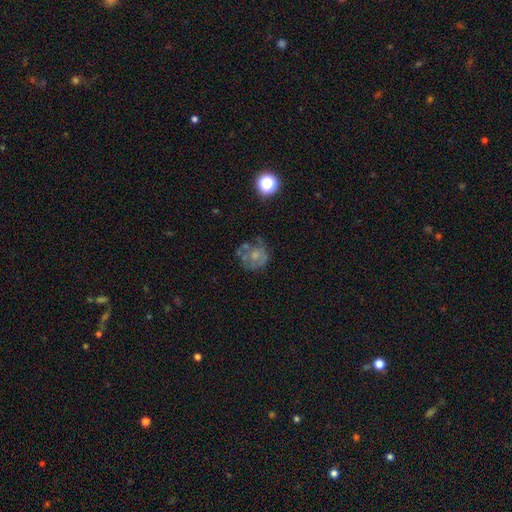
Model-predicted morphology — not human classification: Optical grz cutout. It shows a smooth galaxy with no disk features (46%). Merging: none (48%).